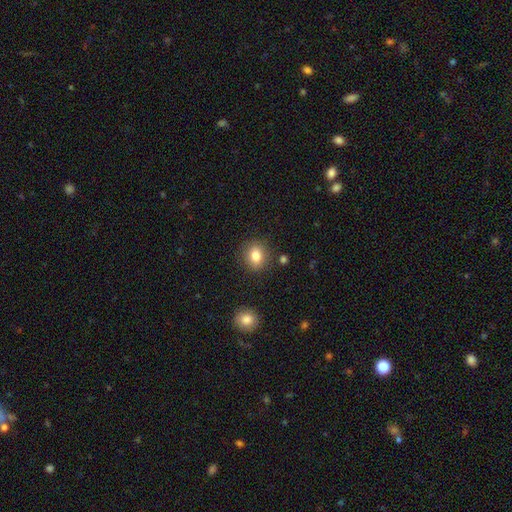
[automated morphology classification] Q: Smooth or featured?
A: smooth (82%); runner-up: star or artifact (10%)
Q: How rounded?
A: round (62%); runner-up: in between (36%)
Q: Merging?
A: none (86%); runner-up: minor disturbance (9%)